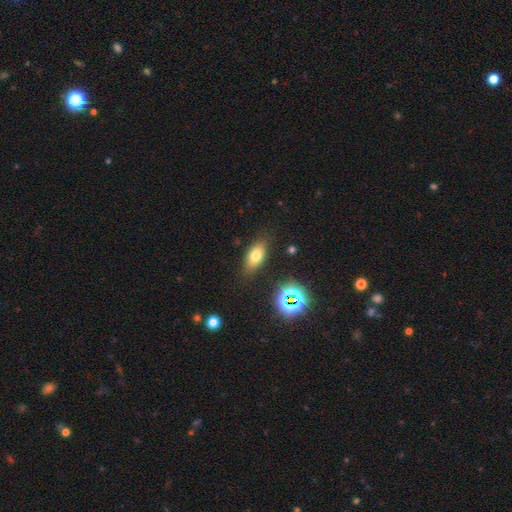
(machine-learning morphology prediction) A smooth galaxy with no disk features (69%) that is in between round and cigar-shaped (81%). Merging: none (82%).